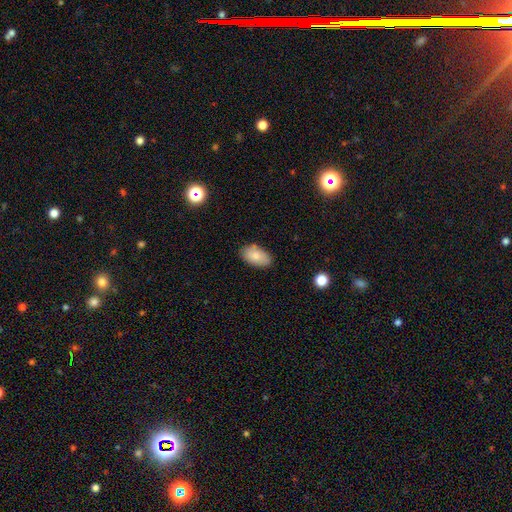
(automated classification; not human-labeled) This is clearly a smooth galaxy (83%). How rounded: clearly in between (94%). Merging: clearly none (82%).